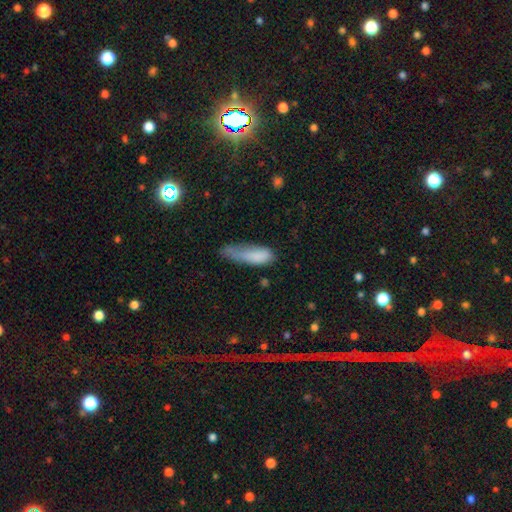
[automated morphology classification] This is likely a smooth galaxy (79%). How rounded: possibly in between (51%). Merging: marginally minor disturbance (37%).